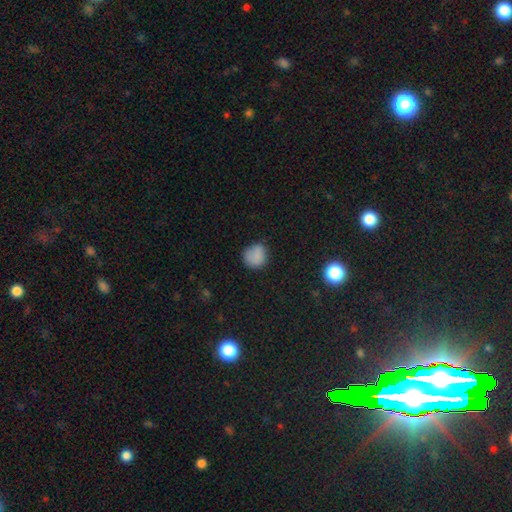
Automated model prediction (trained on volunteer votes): A smooth galaxy with no disk features (84%) that is round (86%).

Vote fractions:
- Smooth or featured? smooth: 84% / star or artifact: 12% / featured or disk: 5%
- How rounded? round: 86% / in between: 13% / cigar-shaped: 1%
- Merging? none: 78% / minor disturbance: 17% / major disturbance: 4% / merger: 1%